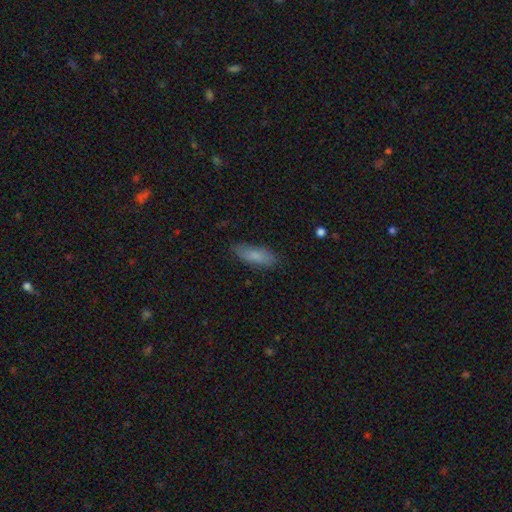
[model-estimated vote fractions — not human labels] A smooth galaxy with no disk features (83%) that is in between round and cigar-shaped (62%). Merging: none (81%).